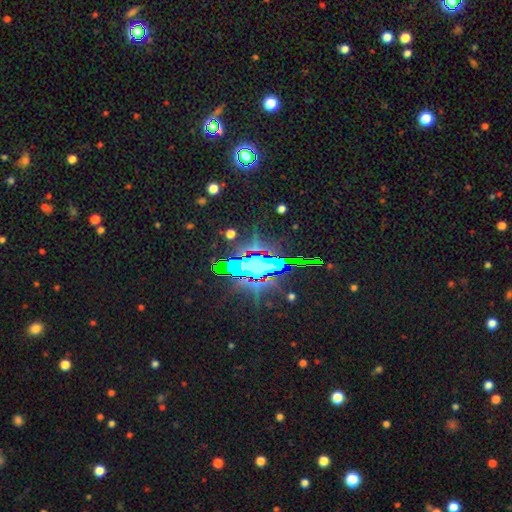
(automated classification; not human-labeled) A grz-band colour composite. It shows a star or artifact, not a galaxy (68%).